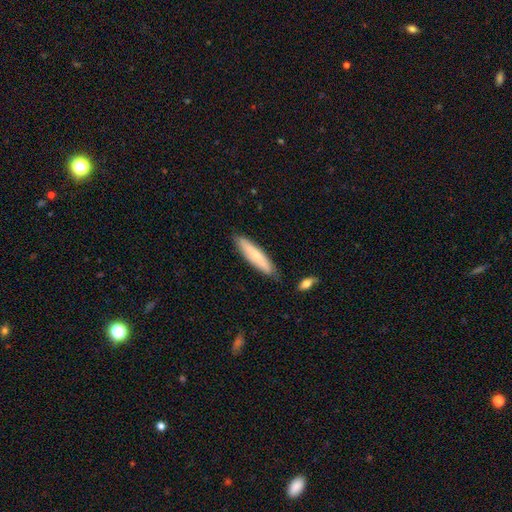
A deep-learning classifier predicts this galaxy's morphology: The model was most divided on "smooth or featured": smooth: 67%, featured or disk: 27%, star or artifact: 6%. More confident: merging — none (84%); how rounded — cigar-shaped (84%).